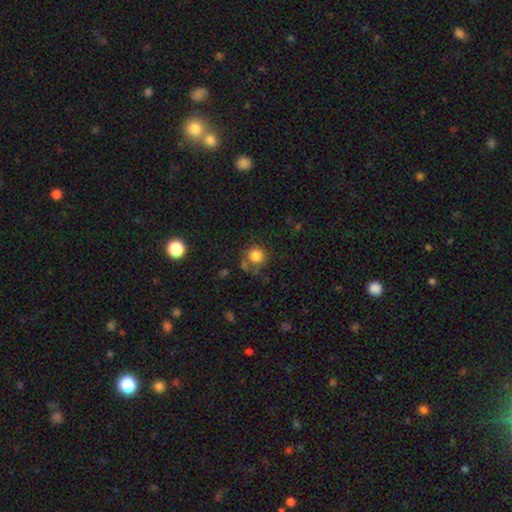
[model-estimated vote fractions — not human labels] smooth 81%, star or artifact 12%, featured or disk 7%. Down the decision tree: how rounded — round (90%); merging — none (63%).